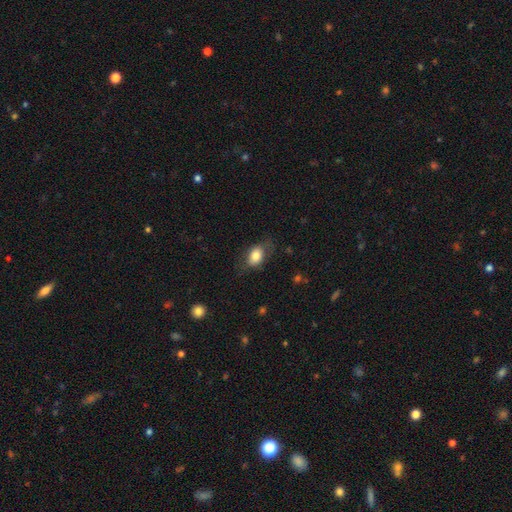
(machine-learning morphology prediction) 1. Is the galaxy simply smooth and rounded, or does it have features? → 78% smooth, 15% featured or disk, 7% star or artifact.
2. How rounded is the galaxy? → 83% in between, 15% round, 2% cigar-shaped.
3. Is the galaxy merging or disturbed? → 63% none, 24% minor disturbance, 11% major disturbance, 1% merger.